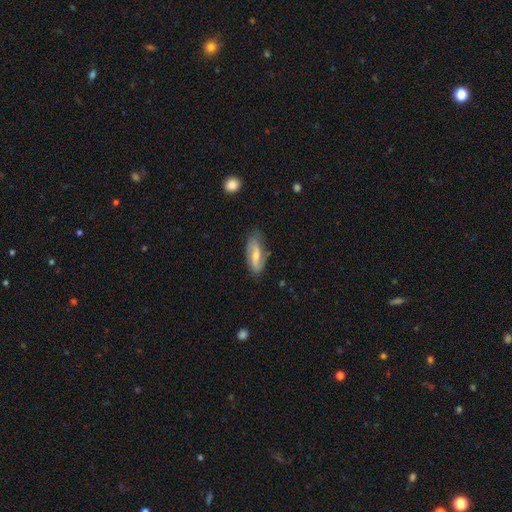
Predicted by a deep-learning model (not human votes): Smooth or featured? featured or disk (54%)
Edge-on disk? no (87%)
Merging? none (65%)